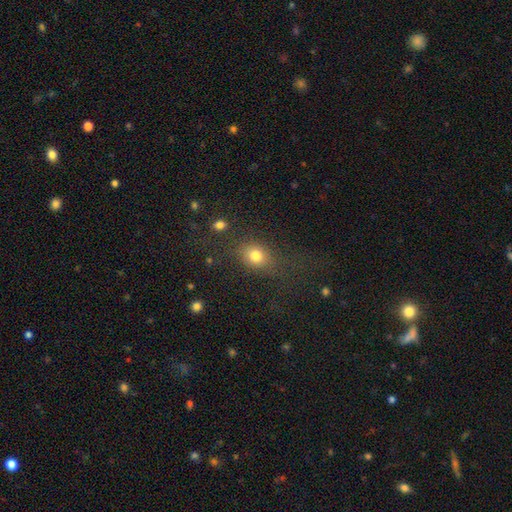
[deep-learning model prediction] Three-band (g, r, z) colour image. It shows a smooth galaxy with no disk features (78%) that is round (51%). Merging: none (65%).